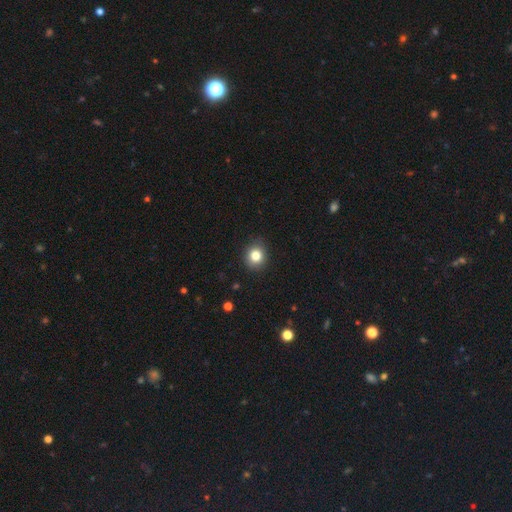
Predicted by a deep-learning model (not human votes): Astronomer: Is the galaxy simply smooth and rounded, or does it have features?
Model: smooth — 82%.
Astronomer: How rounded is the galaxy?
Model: round — 75%.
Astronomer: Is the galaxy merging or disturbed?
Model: none — 87%.